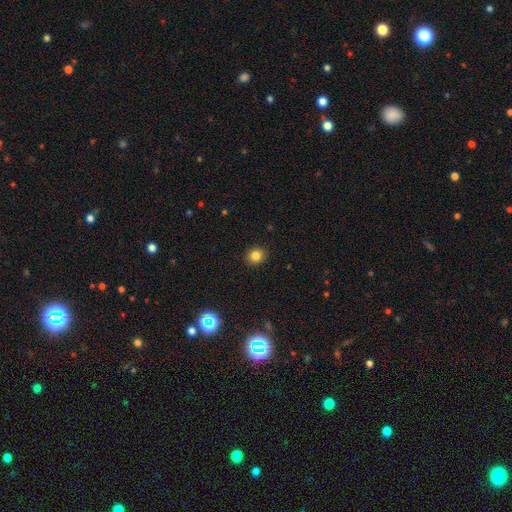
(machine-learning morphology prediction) smooth-or-featured: smooth: 82% | star or artifact: 12% | featured or disk: 5%
  how-rounded: round: 81% | in between: 18% | cigar-shaped: 1%
  merging: none: 92% | minor disturbance: 6% | major disturbance: 2% | merger: 1%